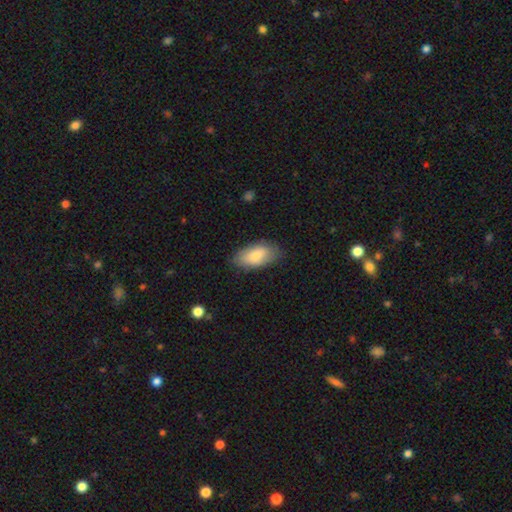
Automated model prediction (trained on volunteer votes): This is likely a smooth galaxy (77%). How rounded: clearly in between (93%). Merging: likely none (79%).